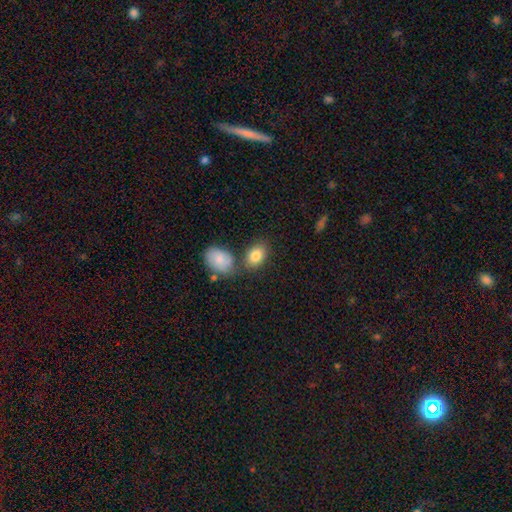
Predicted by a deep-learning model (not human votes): Smooth or featured? smooth (83%)
How rounded? in between (82%)
Merging? none (64%)